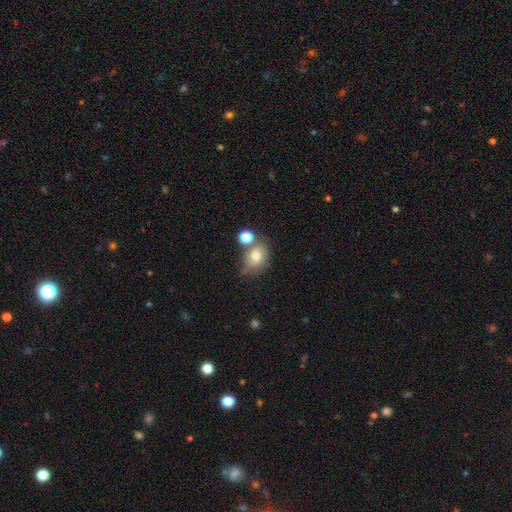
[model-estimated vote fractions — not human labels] Morphology: type=smooth (75%); roundness=round (54%); merging=none (49%).